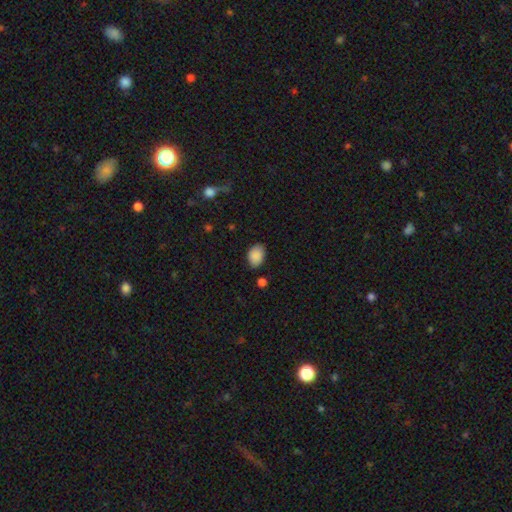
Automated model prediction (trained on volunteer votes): smooth-or-featured: smooth: 89% | star or artifact: 8% | featured or disk: 4%
  how-rounded: in between: 80% | round: 19% | cigar-shaped: 1%
  merging: none: 78% | minor disturbance: 16% | major disturbance: 3% | merger: 2%